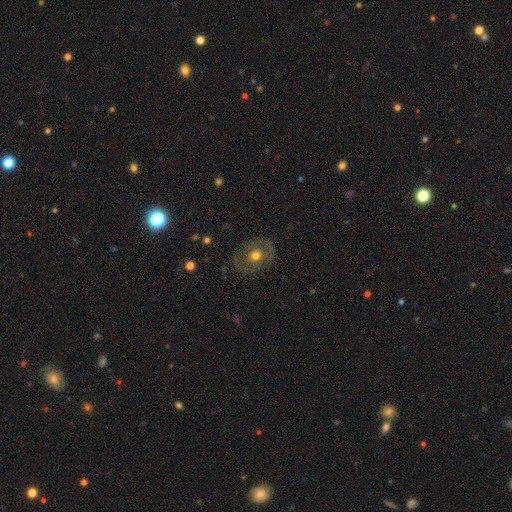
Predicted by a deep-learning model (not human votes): Overall: smooth (47%; featured or disk 44%). Merging: none (79%).